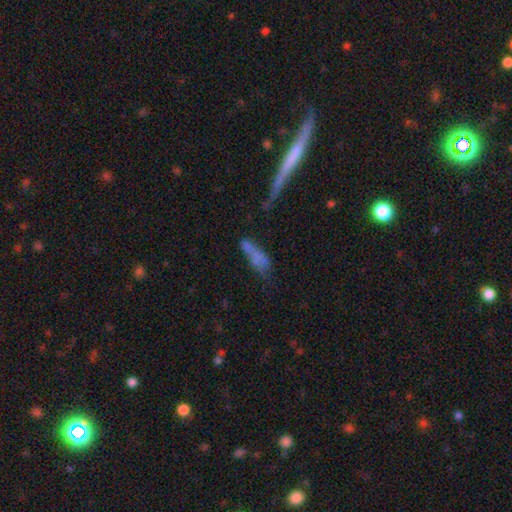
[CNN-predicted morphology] A smooth galaxy with no disk features (59%) that is cigar-shaped (55%). Merging: none (35%).